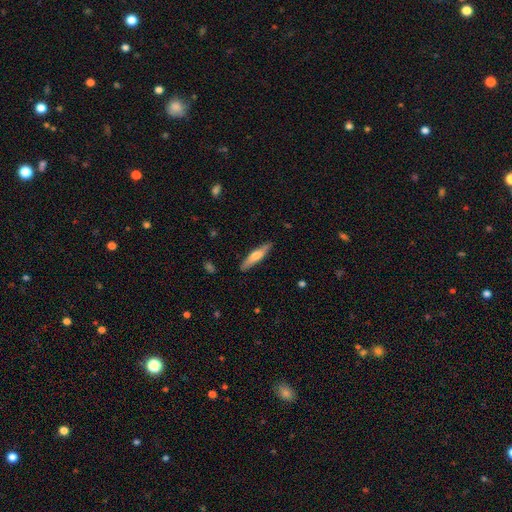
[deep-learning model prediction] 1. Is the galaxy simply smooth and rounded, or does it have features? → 56% smooth, 39% featured or disk, 5% star or artifact.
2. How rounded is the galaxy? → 82% cigar-shaped, 16% in between, 2% round.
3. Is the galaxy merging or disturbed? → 87% none, 10% minor disturbance, 2% major disturbance, 1% merger.